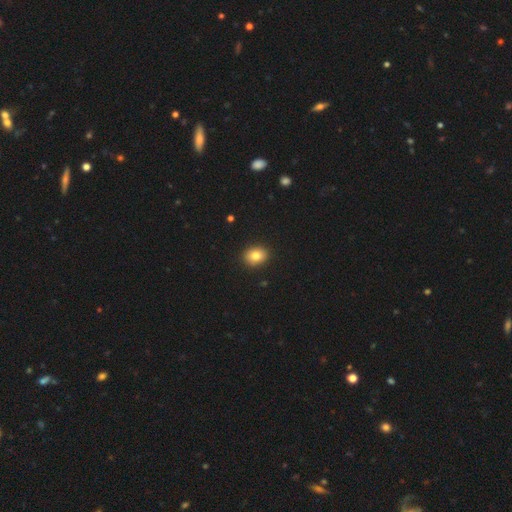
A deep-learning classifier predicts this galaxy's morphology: This appears to be a smooth galaxy with no disk features (82%) that is in between round and cigar-shaped (51%). Merging: none (91%).